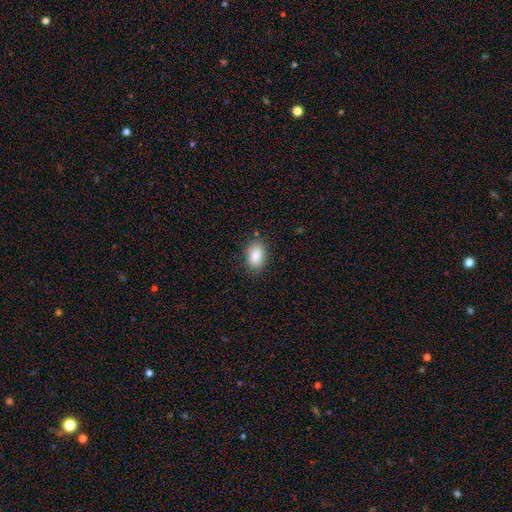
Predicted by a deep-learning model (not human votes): Overall: smooth (85%). How rounded: in between (86%). Merging: none (84%).